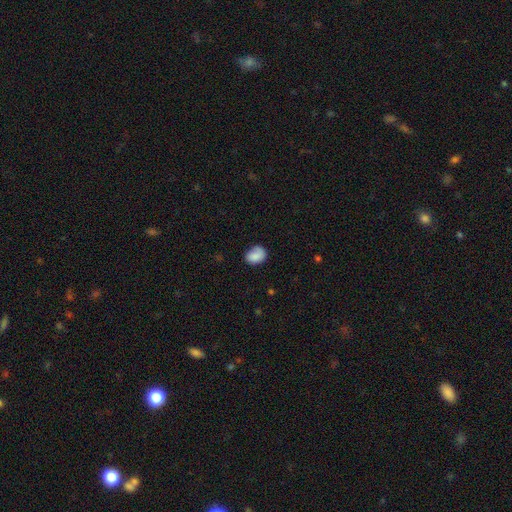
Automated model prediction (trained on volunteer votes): This appears to be a smooth galaxy with no disk features (82%) that is in between round and cigar-shaped (66%). Merging: none (66%).